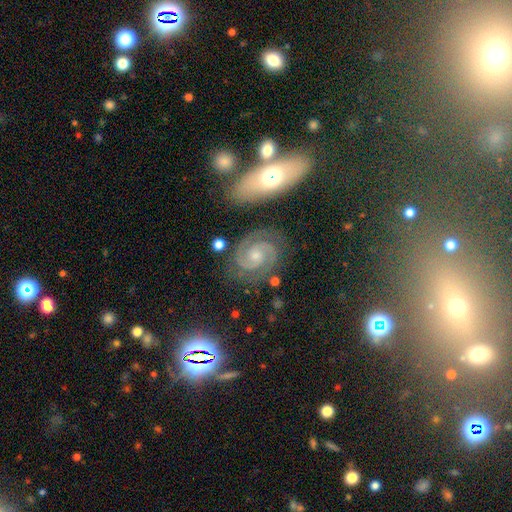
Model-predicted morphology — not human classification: This appears to be a featured or disk galaxy (88%) with no bar (63%), 2 (92%) tight (57%) spiral arms (98%) and a small central bulge (56%). Merging: none (80%).